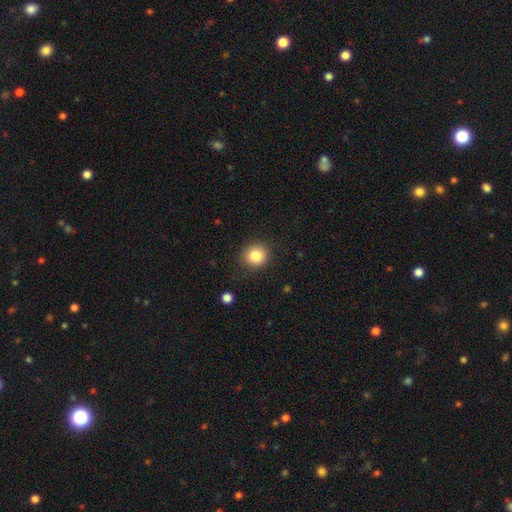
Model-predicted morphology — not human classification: A smooth galaxy with no disk features (84%) that is round (89%). Merging: none (87%).